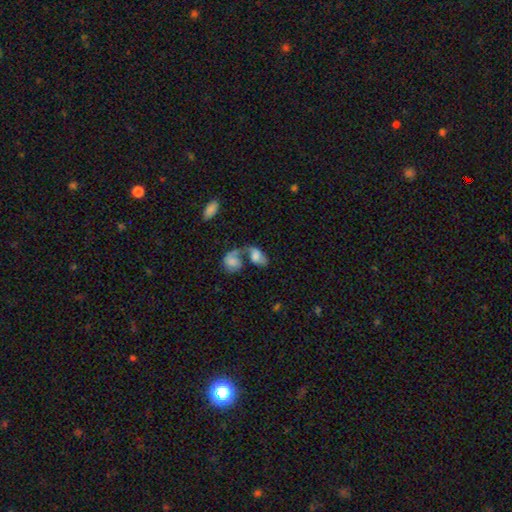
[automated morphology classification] type=smooth (53%); roundness=in between (83%); merging=merger (60%).